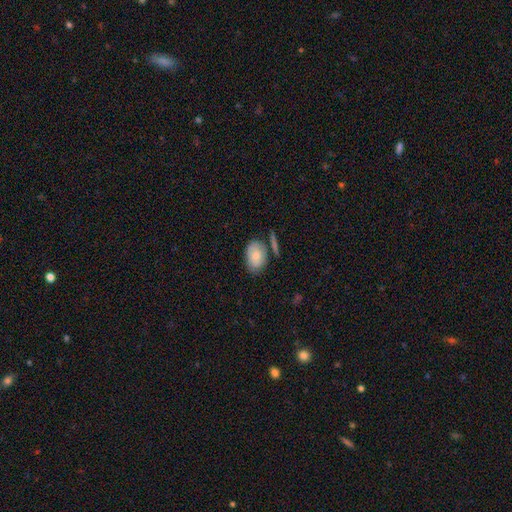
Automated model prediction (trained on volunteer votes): Q: Smooth or featured?
A: smooth (77%); runner-up: featured or disk (17%)
Q: How rounded?
A: in between (84%); runner-up: round (14%)
Q: Merging?
A: none (65%); runner-up: minor disturbance (20%)